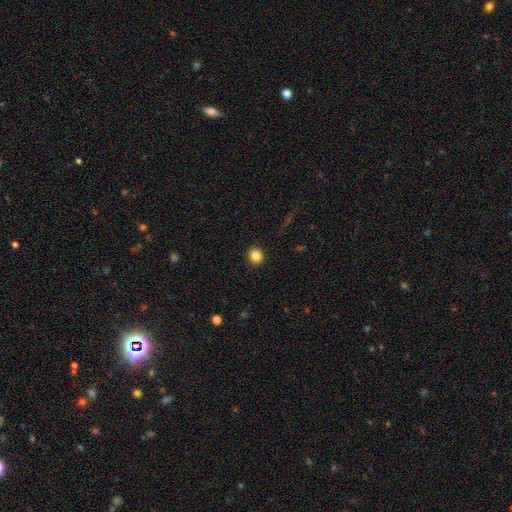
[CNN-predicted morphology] This is clearly a smooth galaxy (84%). How rounded: clearly round (89%). Merging: clearly none (93%).